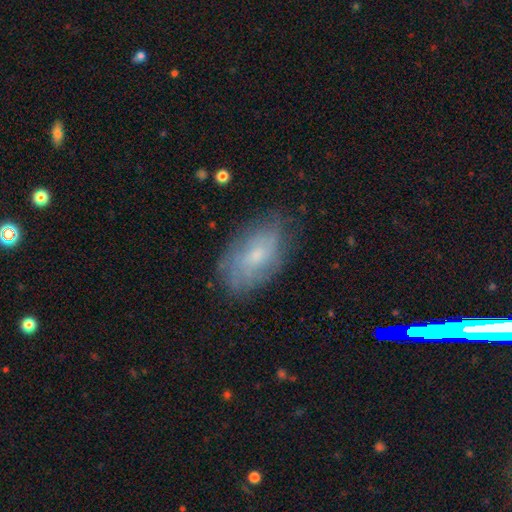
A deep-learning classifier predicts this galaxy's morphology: This is possibly a featured or disk galaxy (50%). Merging: likely none (72%).